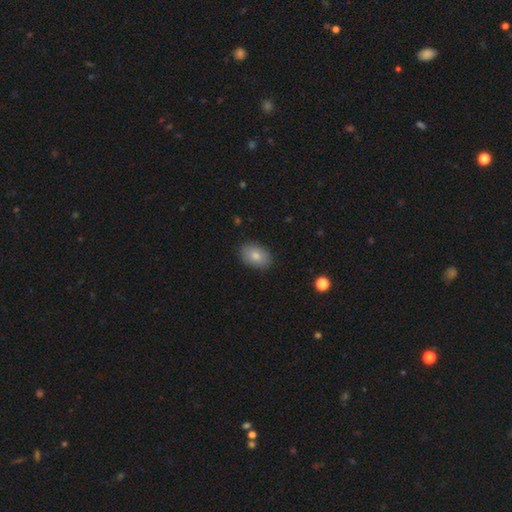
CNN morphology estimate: Q: Smooth or featured?
A: smooth (82%); runner-up: featured or disk (10%)
Q: How rounded?
A: in between (84%); runner-up: round (15%)
Q: Merging?
A: none (87%); runner-up: minor disturbance (10%)